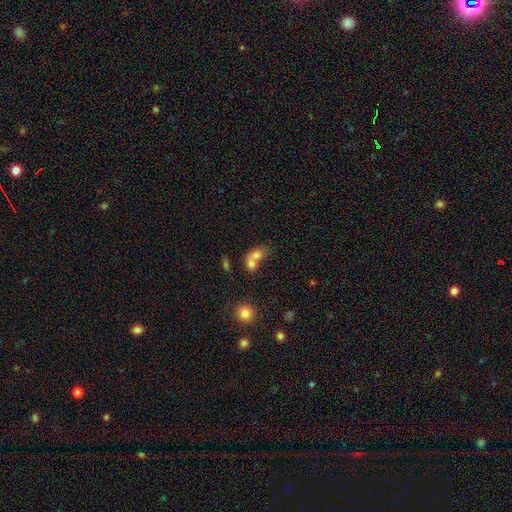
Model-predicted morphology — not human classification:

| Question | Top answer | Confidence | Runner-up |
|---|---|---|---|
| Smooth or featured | smooth | 72% | featured or disk (17%) |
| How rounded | in between | 61% | round (37%) |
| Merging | merger | 70% | none (18%) |